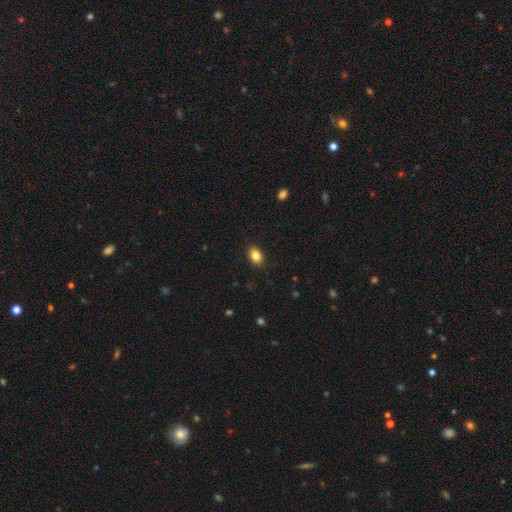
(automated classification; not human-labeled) Overall: smooth (83%). How rounded: in between (84%). Merging: none (88%).